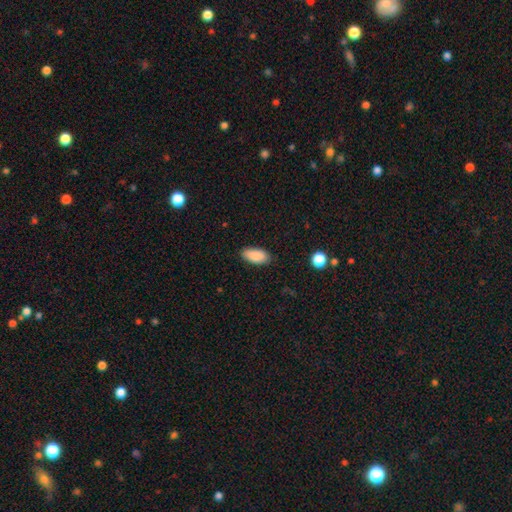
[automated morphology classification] This appears to be a smooth galaxy with no disk features (88%) that is in between round and cigar-shaped (91%). Merging: none (84%).